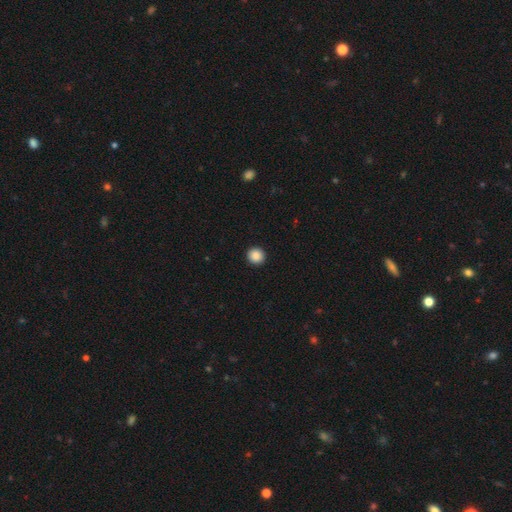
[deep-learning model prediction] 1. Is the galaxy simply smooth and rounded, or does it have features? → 88% smooth, 9% star or artifact, 3% featured or disk.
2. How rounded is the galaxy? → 94% round, 5% in between, 1% cigar-shaped.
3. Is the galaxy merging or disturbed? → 94% none, 4% minor disturbance, 1% major disturbance, 1% merger.